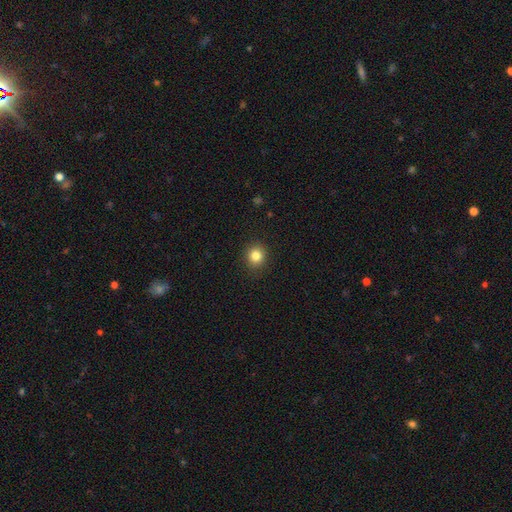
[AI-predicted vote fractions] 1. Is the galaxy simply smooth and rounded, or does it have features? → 83% smooth, 11% star or artifact, 6% featured or disk.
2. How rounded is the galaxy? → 88% round, 11% in between, 1% cigar-shaped.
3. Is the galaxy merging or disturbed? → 90% none, 7% minor disturbance, 2% major disturbance, 1% merger.